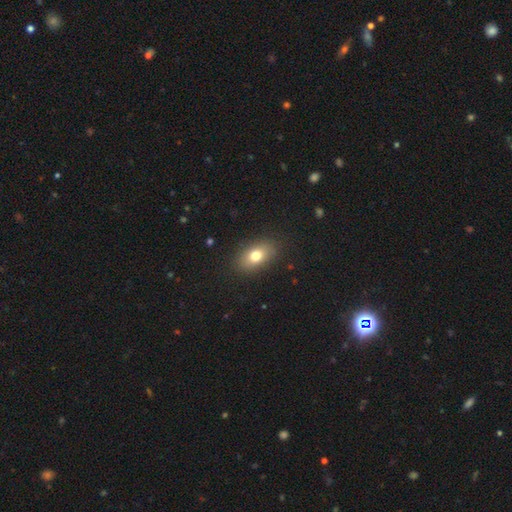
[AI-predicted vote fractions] Smooth or featured? Predicted: smooth (p=0.76). How rounded? Predicted: in between (p=0.84). Merging? Predicted: none (p=0.86).